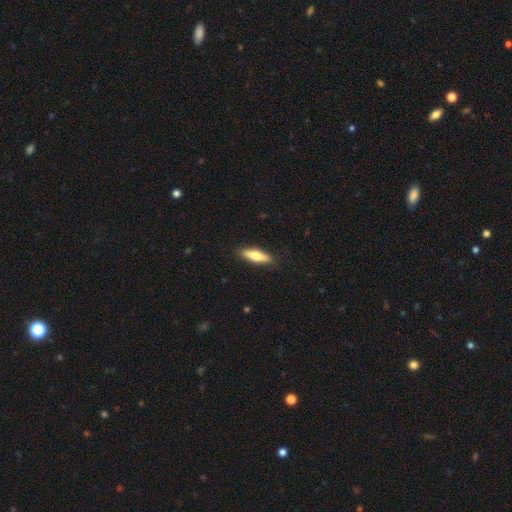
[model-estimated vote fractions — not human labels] Q: Smooth or featured?
A: smooth (73%); runner-up: featured or disk (22%)
Q: How rounded?
A: cigar-shaped (57%); runner-up: in between (41%)
Q: Merging?
A: none (87%); runner-up: minor disturbance (9%)